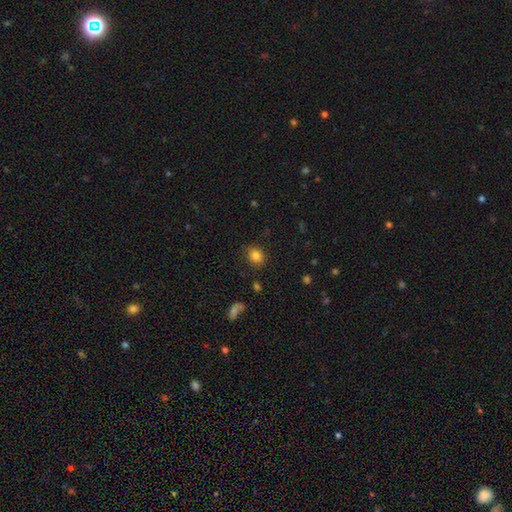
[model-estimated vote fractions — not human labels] Overall: smooth (84%). How rounded: round (64%; in between 35%). Merging: none (85%).